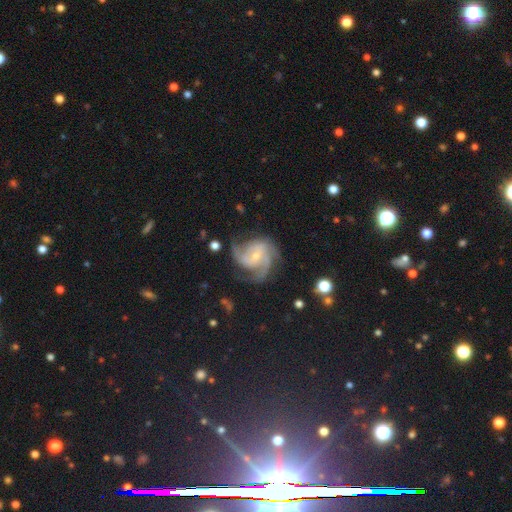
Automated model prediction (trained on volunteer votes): smooth-or-featured: featured or disk: 88% | smooth: 7% | star or artifact: 6%
  disk-edge-on: no: 98% | yes: 2%
    bar: no: 51% | weak: 37% | strong: 11%
    has-spiral-arms: yes: 97% | no: 3%
      spiral-winding: medium: 50% | tight: 37% | loose: 13%
      spiral-arm-count: 3: 56% | 2: 18% | 4: 10% | can't tell: 9% | 1: 4% | more than 4: 4%
    bulge-size: small: 61% | moderate: 35% | none: 2% | large: 1% | dominant: 1%
  merging: none: 63% | minor disturbance: 21% | major disturbance: 14% | merger: 2%